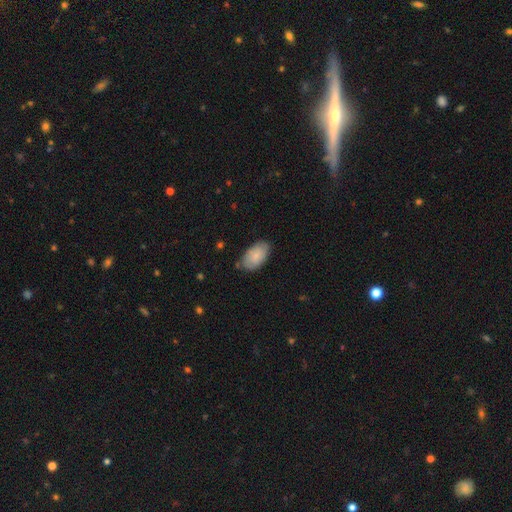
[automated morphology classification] The model was most divided on "smooth or featured": smooth: 75%, featured or disk: 18%, star or artifact: 6%. More confident: how rounded — in between (95%); merging — none (76%).